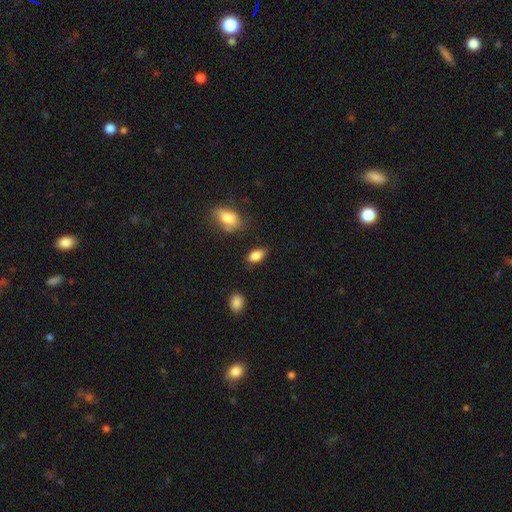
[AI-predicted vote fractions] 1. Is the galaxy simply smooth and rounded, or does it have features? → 86% smooth, 8% star or artifact, 7% featured or disk.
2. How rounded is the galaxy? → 89% in between, 6% round, 4% cigar-shaped.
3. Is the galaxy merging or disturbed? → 75% none, 18% minor disturbance, 4% major disturbance, 3% merger.